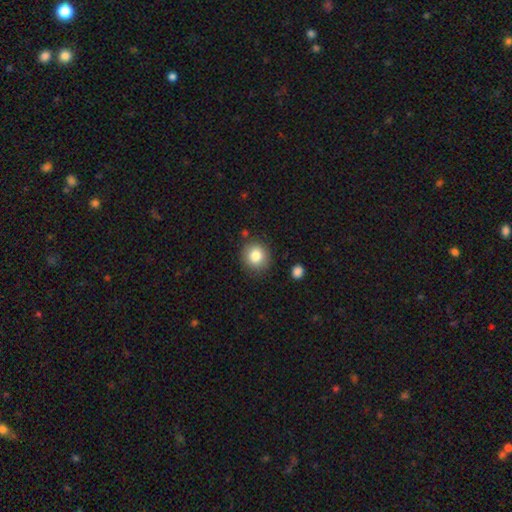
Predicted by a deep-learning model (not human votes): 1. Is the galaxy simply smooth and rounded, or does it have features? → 83% smooth, 10% star or artifact, 8% featured or disk.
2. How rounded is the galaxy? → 84% round, 15% in between, 1% cigar-shaped.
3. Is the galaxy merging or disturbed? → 84% none, 10% minor disturbance, 3% major disturbance, 3% merger.